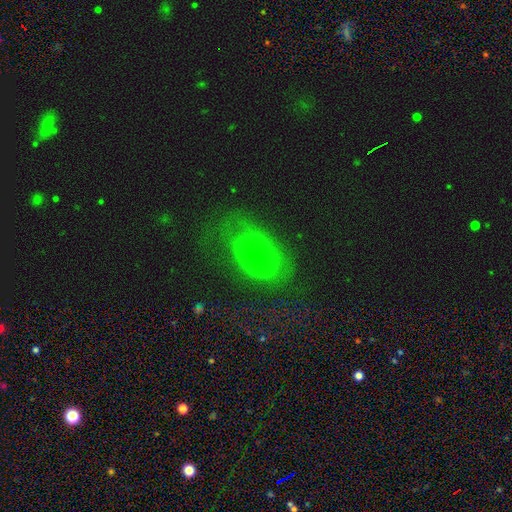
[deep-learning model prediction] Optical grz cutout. It shows a smooth galaxy with no disk features (54%) that is in between round and cigar-shaped (84%). Merging: none (59%).